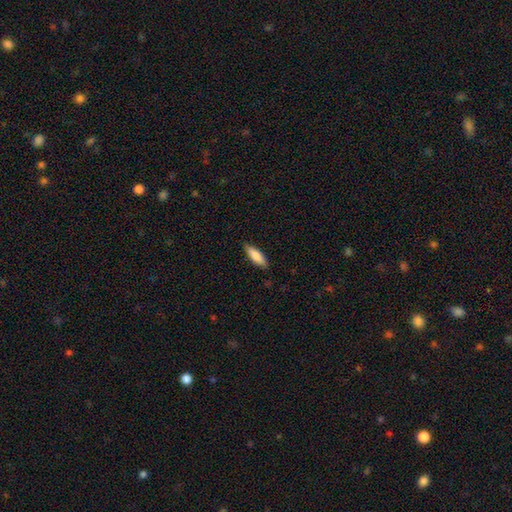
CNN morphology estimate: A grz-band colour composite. It shows a smooth galaxy with no disk features (80%) that is cigar-shaped (52%). Merging: none (84%).